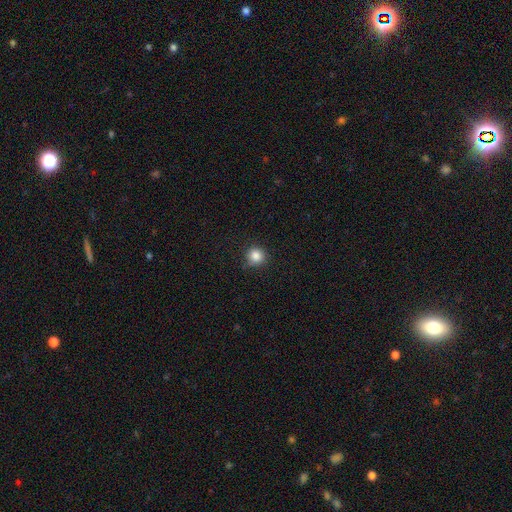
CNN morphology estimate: The model was most divided on "merging": none: 85%, minor disturbance: 11%, major disturbance: 3%, merger: 1%. More confident: how rounded — round (93%); smooth or featured — smooth (85%).